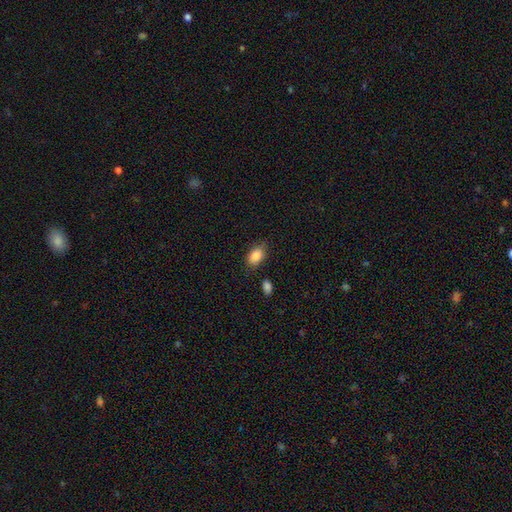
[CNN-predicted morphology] Overall: smooth (87%). How rounded: in between (89%). Merging: none (78%).